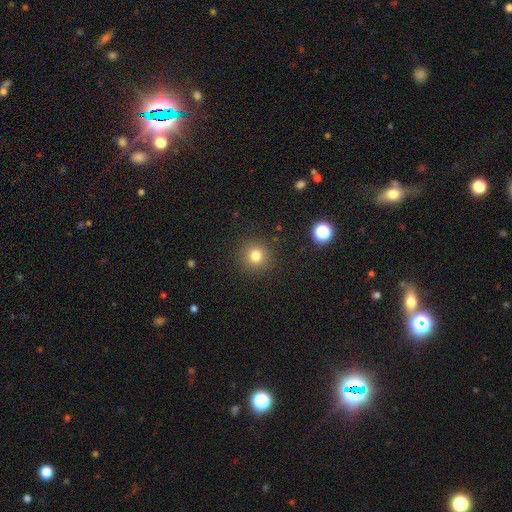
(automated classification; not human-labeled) Smooth or featured: smooth — 79% (star or artifact — 14%)
How rounded: round — 94% (in between — 5%)
Merging: none — 90% (minor disturbance — 6%)